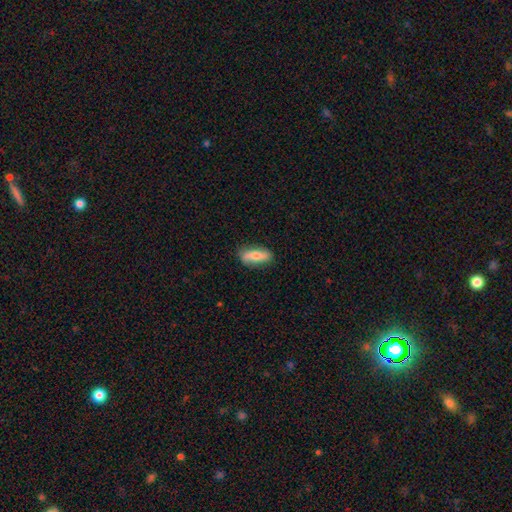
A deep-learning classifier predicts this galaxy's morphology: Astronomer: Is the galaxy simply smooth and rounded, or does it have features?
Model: smooth — 63%.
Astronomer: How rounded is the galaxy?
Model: in between — 62%.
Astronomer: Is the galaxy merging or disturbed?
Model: none — 83%.